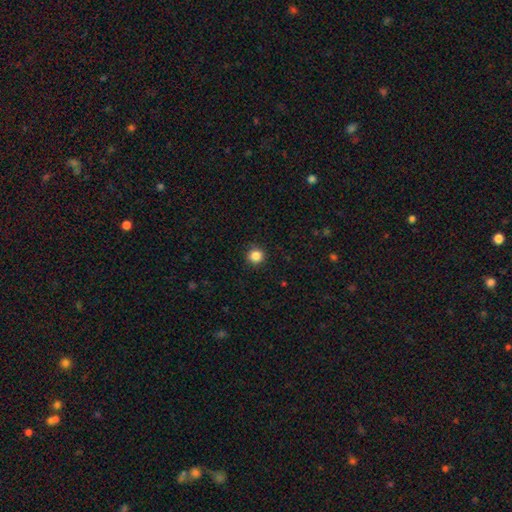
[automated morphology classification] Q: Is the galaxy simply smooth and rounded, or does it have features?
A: smooth — 85%.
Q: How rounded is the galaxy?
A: round — 95%.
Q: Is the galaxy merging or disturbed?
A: none — 92%.